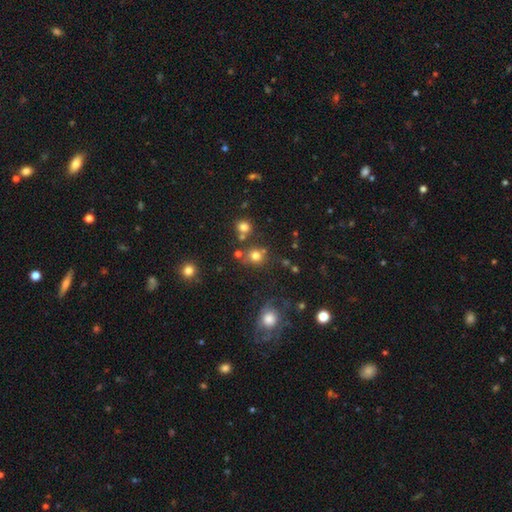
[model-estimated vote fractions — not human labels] Smooth or featured?
  - smooth: 74% *
  - star or artifact: 19%
  - featured or disk: 8%
How rounded?
  - round: 85% *
  - in between: 14%
  - cigar-shaped: 1%
Merging?
  - none: 70% *
  - merger: 15%
  - minor disturbance: 11%
  - major disturbance: 4%